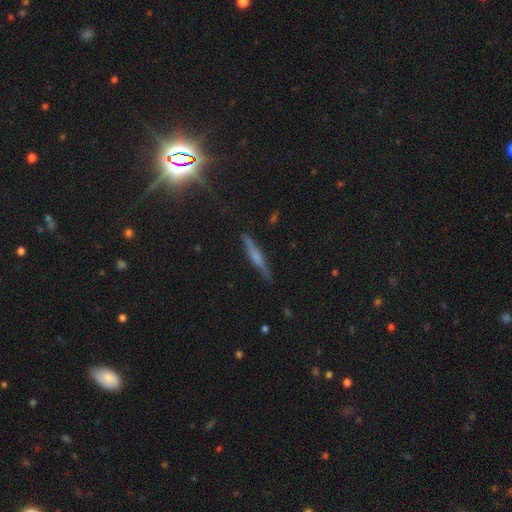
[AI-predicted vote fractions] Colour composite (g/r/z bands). It shows a featured or disk galaxy (55%) viewed edge-on (96%) with a rounded central bulge (61%). Merging: none (88%).